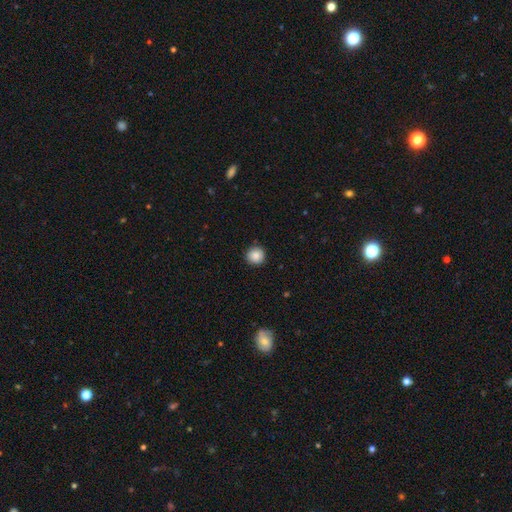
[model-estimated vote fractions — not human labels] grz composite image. It shows a smooth galaxy with no disk features (86%) that is round (95%). Merging: none (91%).